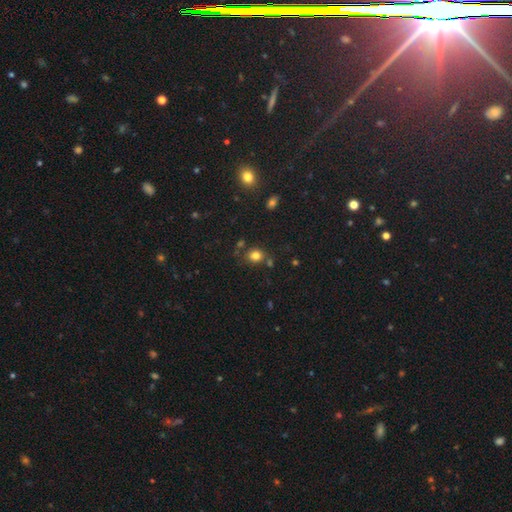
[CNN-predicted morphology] Q: Smooth or featured?
A: smooth (79%); runner-up: star or artifact (14%)
Q: How rounded?
A: round (67%); runner-up: in between (32%)
Q: Merging?
A: none (73%); runner-up: minor disturbance (13%)